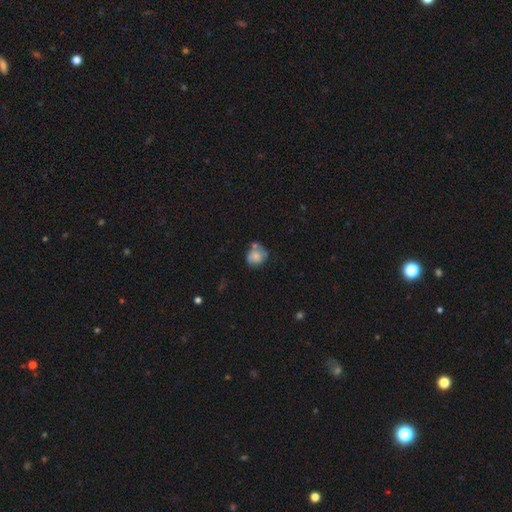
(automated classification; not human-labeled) Smooth or featured?
  - smooth: 69% *
  - featured or disk: 22%
  - star or artifact: 9%
How rounded?
  - round: 74% *
  - in between: 25%
  - cigar-shaped: 1%
Merging?
  - none: 44% *
  - minor disturbance: 25%
  - merger: 21%
  - major disturbance: 10%